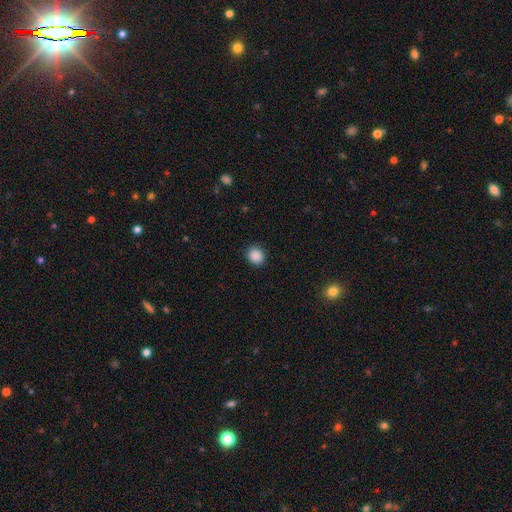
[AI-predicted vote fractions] Smooth or featured: smooth — 88% (star or artifact — 9%)
How rounded: round — 78% (in between — 21%)
Merging: none — 90% (minor disturbance — 7%)